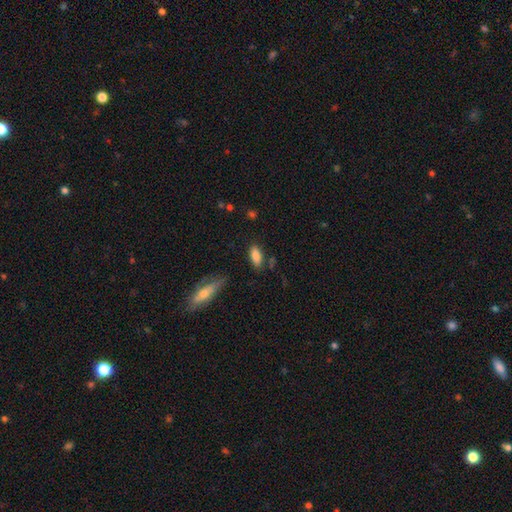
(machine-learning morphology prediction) The model was most divided on "merging": none: 78%, minor disturbance: 14%, merger: 4%, major disturbance: 4%. More confident: how rounded — in between (84%); smooth or featured — smooth (84%).